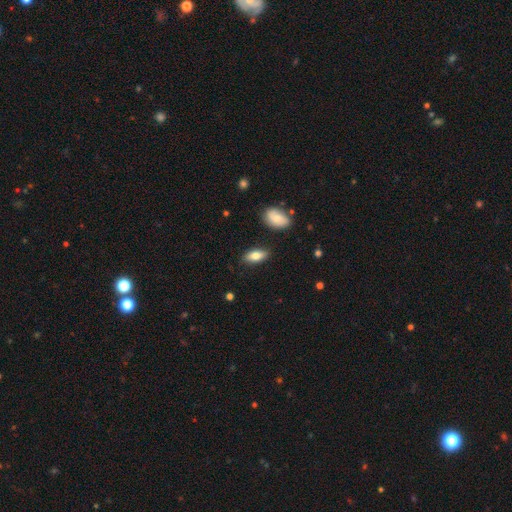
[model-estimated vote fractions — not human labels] Overall: smooth (77%). How rounded: in between (84%). Merging: none (84%).